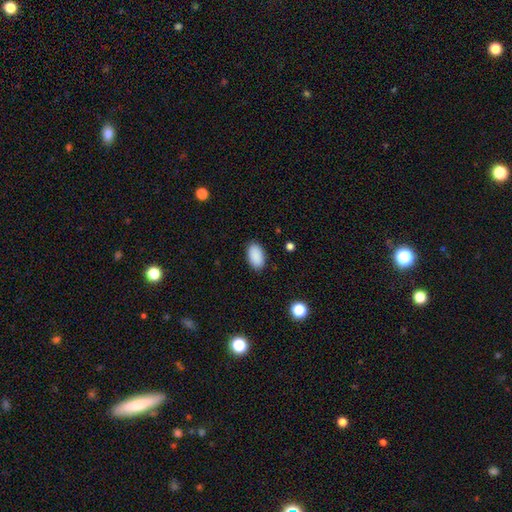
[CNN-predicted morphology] Smooth or featured? Predicted: smooth (p=0.90). How rounded? Predicted: in between (p=0.94). Merging? Predicted: none (p=0.88).